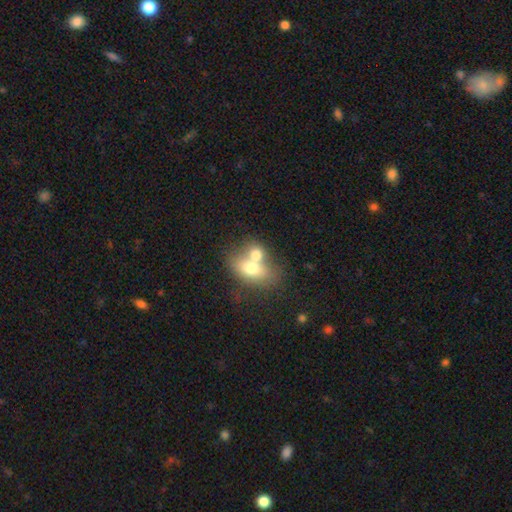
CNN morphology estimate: Overall: smooth (69%). How rounded: in between (70%). Merging: merger (66%).